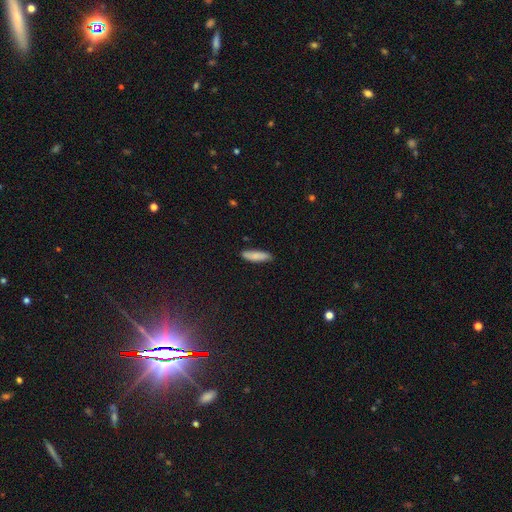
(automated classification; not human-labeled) smooth-or-featured: smooth: 82% | featured or disk: 12% | star or artifact: 6%
  how-rounded: cigar-shaped: 65% | in between: 33% | round: 2%
  merging: none: 85% | minor disturbance: 12% | major disturbance: 2% | merger: 1%